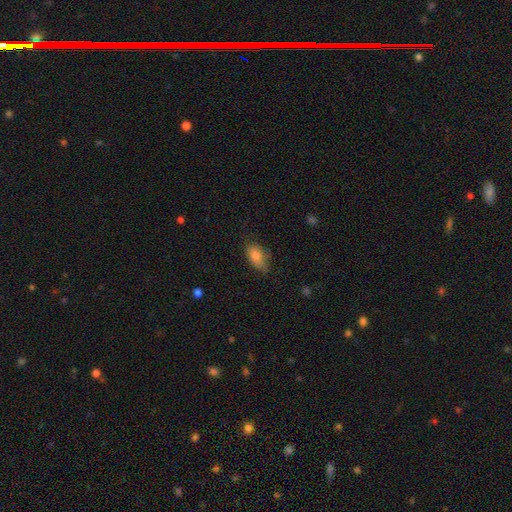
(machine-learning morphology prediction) smooth 81%, featured or disk 10%, star or artifact 9%. Down the decision tree: how rounded — in between (88%); merging — none (59%).